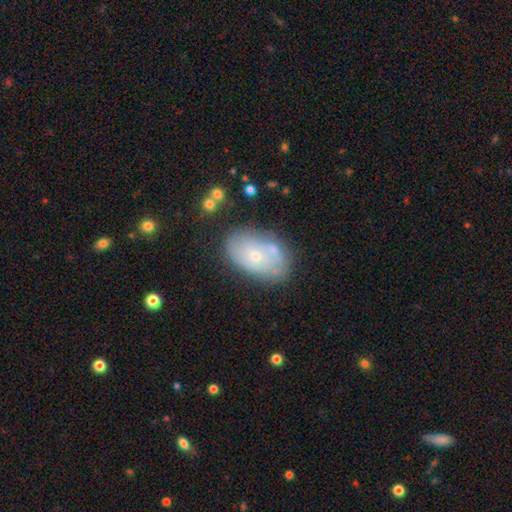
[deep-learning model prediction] smooth 48%, featured or disk 44%, star or artifact 8%. Down the decision tree: merging — none (61%).